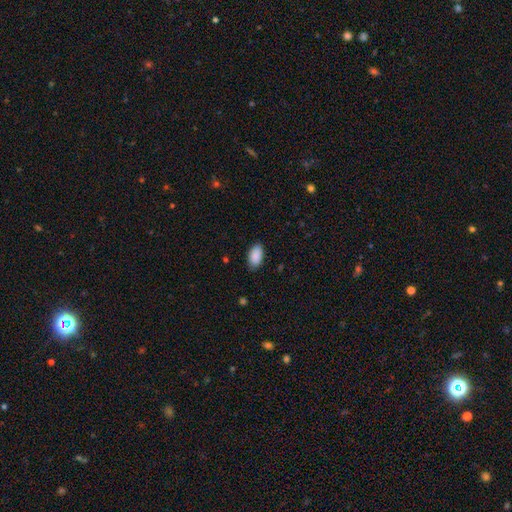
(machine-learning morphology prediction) A smooth galaxy with no disk features (90%) that is in between round and cigar-shaped (95%). Merging: none (84%).